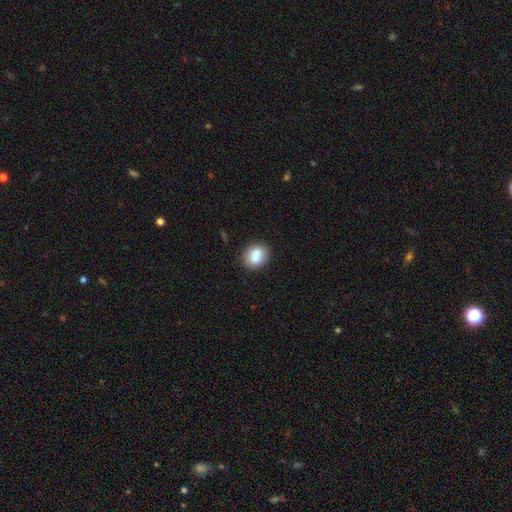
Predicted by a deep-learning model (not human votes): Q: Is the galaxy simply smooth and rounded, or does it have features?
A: smooth — 85%.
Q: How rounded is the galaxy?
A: round — 55%.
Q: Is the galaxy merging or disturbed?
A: none — 80%.